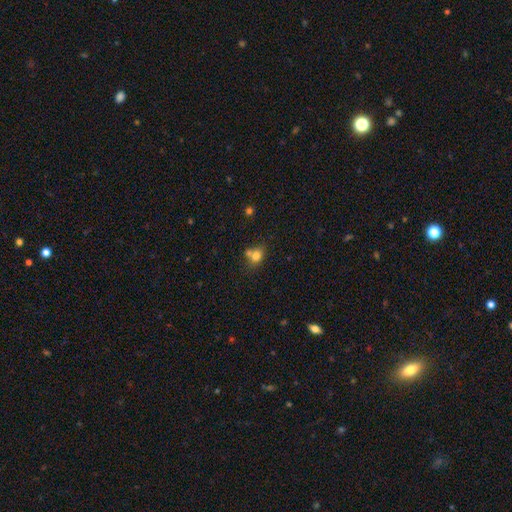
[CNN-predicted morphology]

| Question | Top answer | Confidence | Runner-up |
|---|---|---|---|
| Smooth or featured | smooth | 77% | star or artifact (12%) |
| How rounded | round | 52% | in between (47%) |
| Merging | none | 46% | merger (36%) |